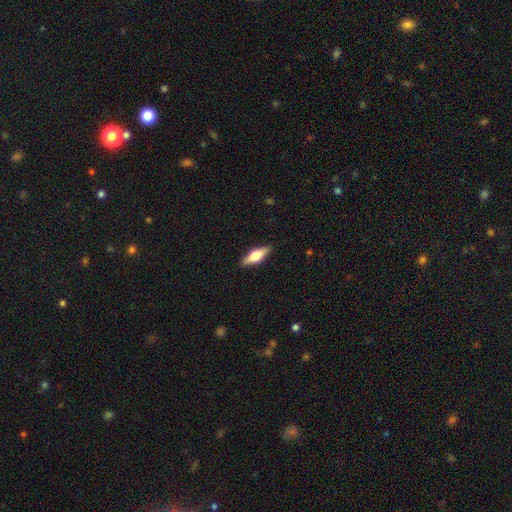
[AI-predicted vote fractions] A smooth galaxy with no disk features (54%) that is in between round and cigar-shaped (56%).

Vote fractions:
- Smooth or featured? smooth: 54% / featured or disk: 40% / star or artifact: 6%
- How rounded? in between: 56% / cigar-shaped: 41% / round: 3%
- Merging? none: 88% / minor disturbance: 9% / major disturbance: 2% / merger: 1%